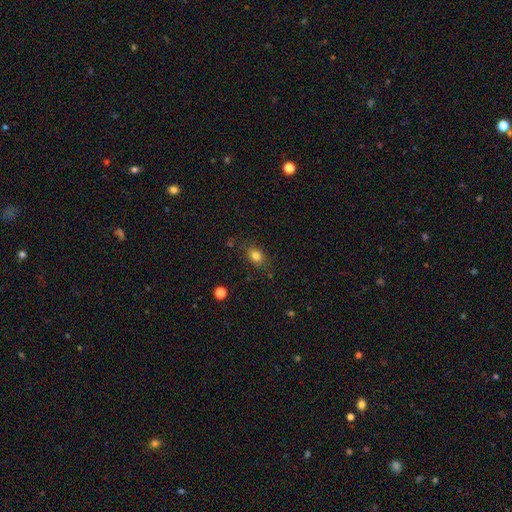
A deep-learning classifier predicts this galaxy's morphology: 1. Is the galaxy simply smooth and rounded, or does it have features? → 81% smooth, 12% star or artifact, 8% featured or disk.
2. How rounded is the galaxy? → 67% in between, 32% round, 2% cigar-shaped.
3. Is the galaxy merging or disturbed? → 80% none, 14% minor disturbance, 4% major disturbance, 2% merger.